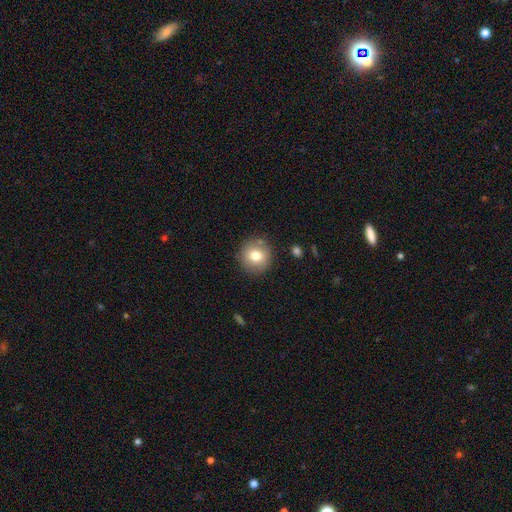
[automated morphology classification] Smooth or featured? Predicted: smooth (p=0.77). How rounded? Predicted: round (p=0.91). Merging? Predicted: none (p=0.85).